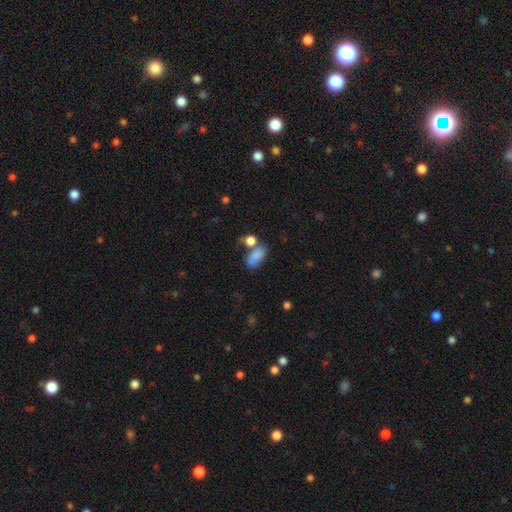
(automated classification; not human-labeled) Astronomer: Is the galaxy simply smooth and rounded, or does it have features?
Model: smooth — 77%.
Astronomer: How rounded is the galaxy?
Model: in between — 85%.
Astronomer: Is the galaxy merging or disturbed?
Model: none — 34%, tied with merger at 34%.